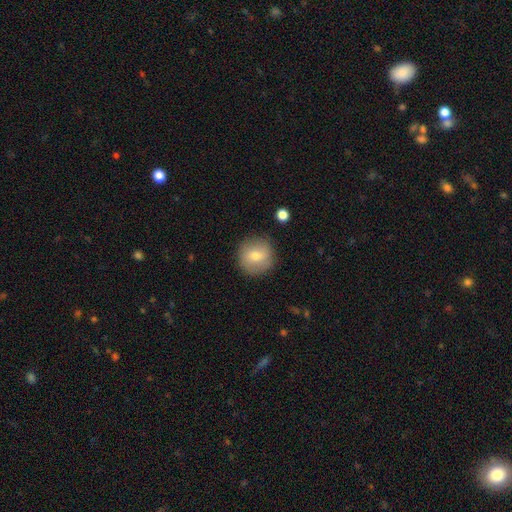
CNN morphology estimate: Overall: smooth (73%). How rounded: round (93%). Merging: none (86%).